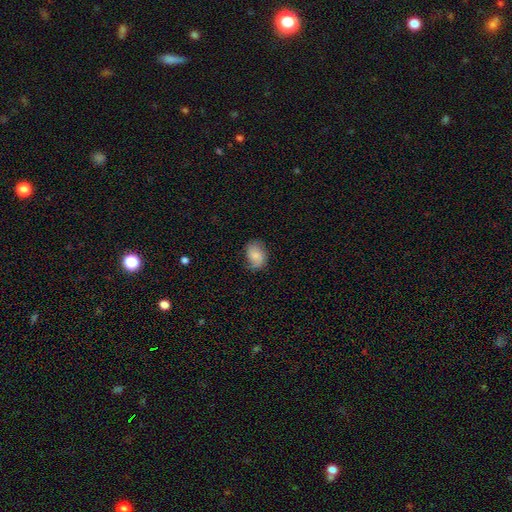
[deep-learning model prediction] This is likely a smooth galaxy (70%). How rounded: likely in between (74%). Merging: likely none (64%).